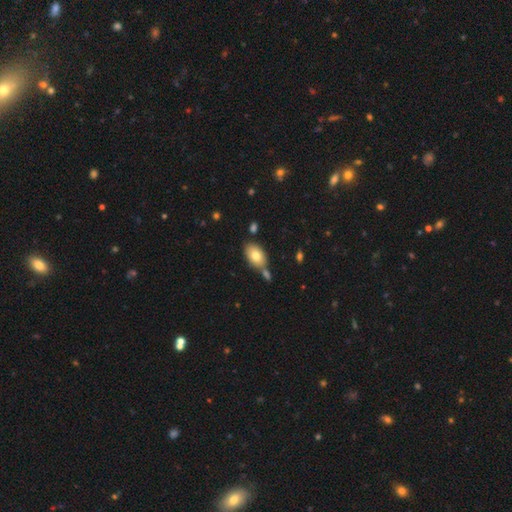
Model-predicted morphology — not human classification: A smooth galaxy with no disk features (78%) that is in between round and cigar-shaped (90%). Merging: none (65%).